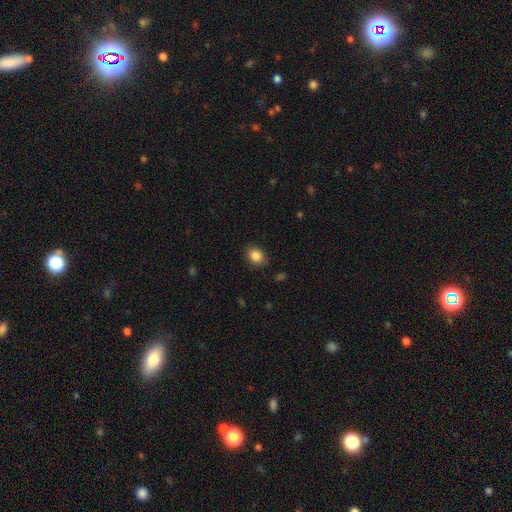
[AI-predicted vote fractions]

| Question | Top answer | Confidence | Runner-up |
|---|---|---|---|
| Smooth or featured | smooth | 86% | star or artifact (10%) |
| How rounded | round | 54% | in between (45%) |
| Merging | none | 87% | minor disturbance (10%) |